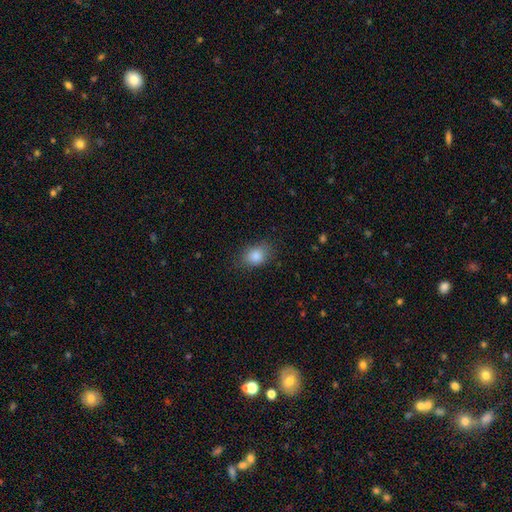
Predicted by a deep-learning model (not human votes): A smooth galaxy with no disk features (84%) that is in between round and cigar-shaped (65%).

Vote fractions:
- Smooth or featured? smooth: 84% / star or artifact: 10% / featured or disk: 6%
- How rounded? in between: 65% / round: 34% / cigar-shaped: 1%
- Merging? none: 78% / minor disturbance: 16% / major disturbance: 5% / merger: 1%